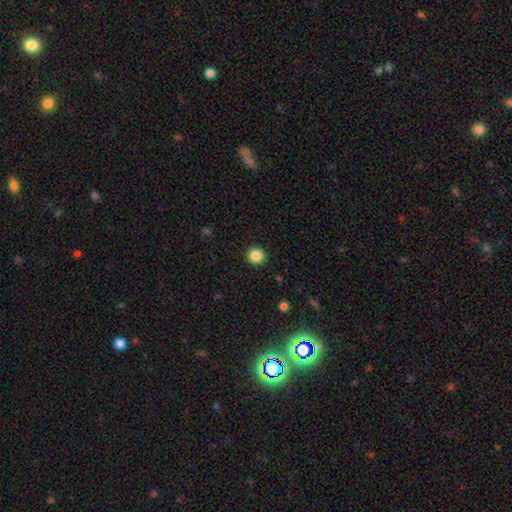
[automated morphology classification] type=smooth (86%); roundness=round (93%); merging=none (93%).